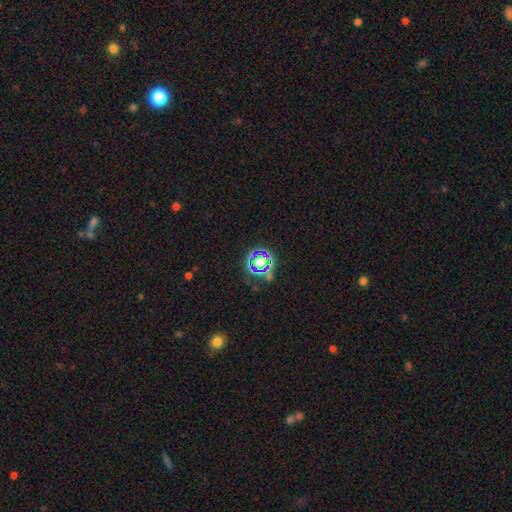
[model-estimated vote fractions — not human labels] Smooth or featured: star or artifact — 60% (smooth — 27%)